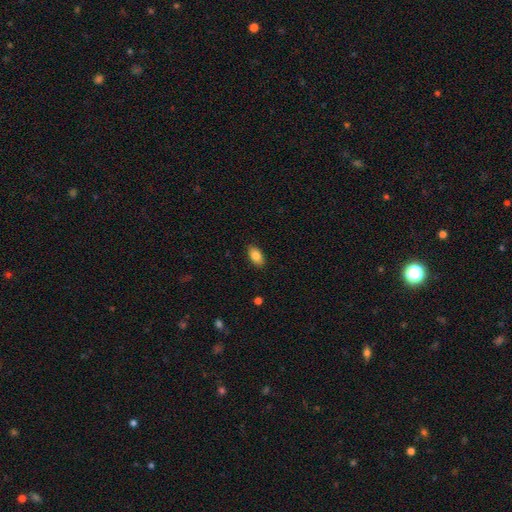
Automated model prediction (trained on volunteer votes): Smooth or featured: smooth — 84% (featured or disk — 8%)
How rounded: in between — 92% (round — 5%)
Merging: none — 88% (minor disturbance — 9%)